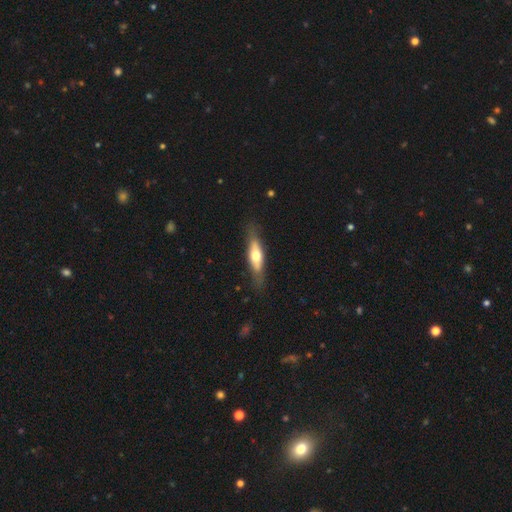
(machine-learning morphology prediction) smooth 51%, featured or disk 44%, star or artifact 5%. Down the decision tree: how rounded — cigar-shaped (59%); merging — none (79%).